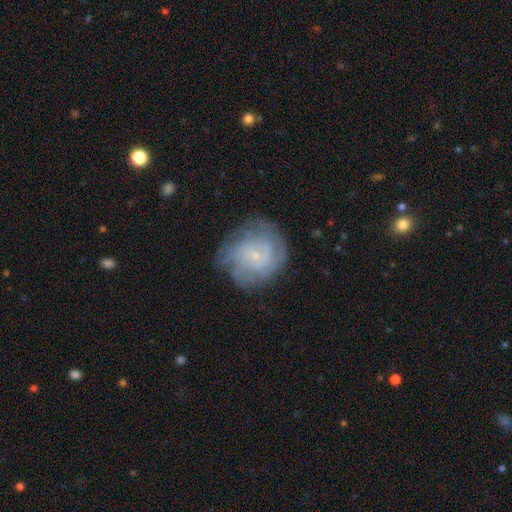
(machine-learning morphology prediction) Q: Smooth or featured?
A: featured or disk (69%); runner-up: smooth (23%)
Q: Edge-on disk?
A: no (98%); runner-up: yes (2%)
Q: Bar?
A: no (74%); runner-up: weak (22%)
Q: Spiral arms?
A: yes (86%); runner-up: no (14%)
Q: Spiral winding?
A: tight (63%); runner-up: medium (28%)
Q: Spiral arm count?
A: can't tell (48%); runner-up: 2 (14%)
Q: Bulge size?
A: small (84%); runner-up: moderate (8%)
Q: Merging?
A: none (71%); runner-up: minor disturbance (18%)